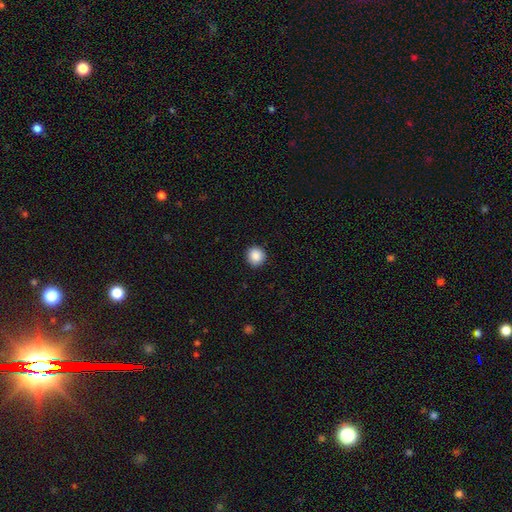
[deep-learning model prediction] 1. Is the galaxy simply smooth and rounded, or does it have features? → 88% smooth, 9% star or artifact, 3% featured or disk.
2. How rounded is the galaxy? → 93% round, 6% in between, 1% cigar-shaped.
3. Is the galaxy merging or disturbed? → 92% none, 5% minor disturbance, 2% major disturbance, 1% merger.